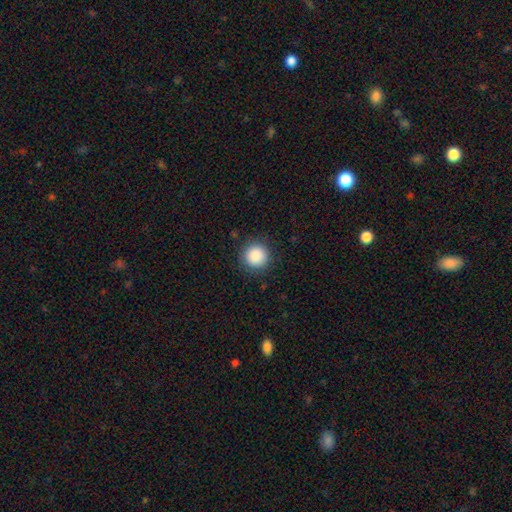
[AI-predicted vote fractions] Morphology: type=smooth (88%); roundness=round (95%); merging=none (90%).